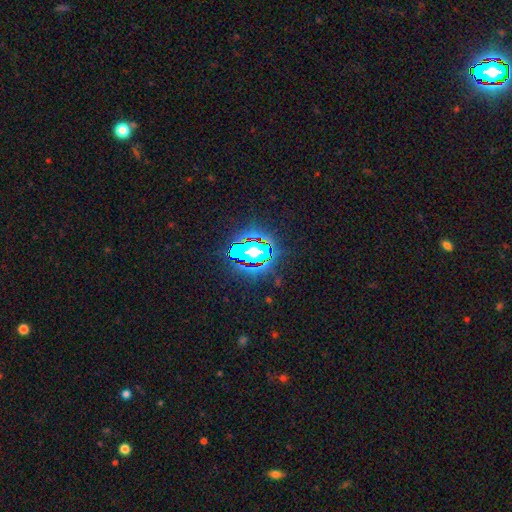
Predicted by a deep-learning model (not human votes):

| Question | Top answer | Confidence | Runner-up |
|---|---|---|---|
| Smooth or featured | star or artifact | 67% | smooth (20%) |